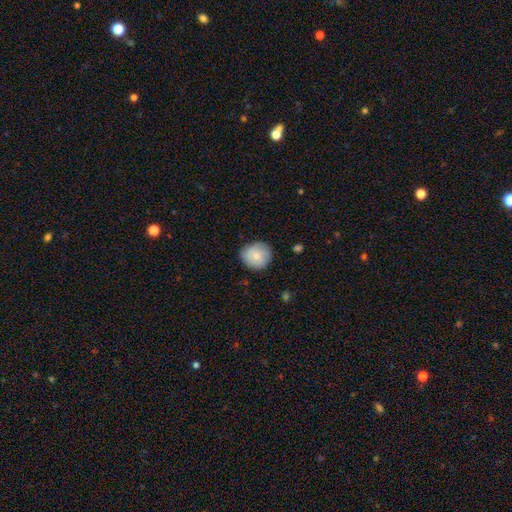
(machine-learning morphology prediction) This is likely a smooth galaxy (79%). How rounded: clearly round (87%). Merging: clearly none (81%).